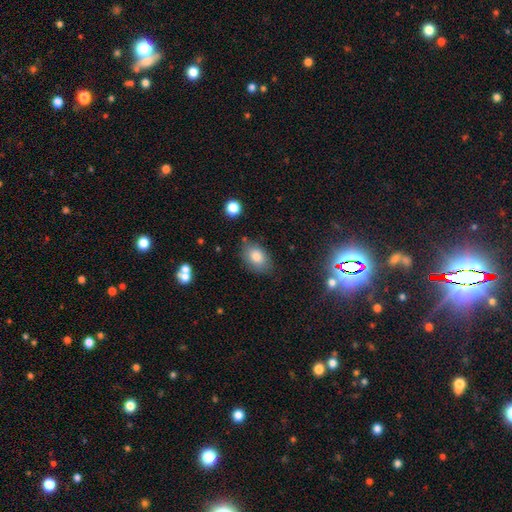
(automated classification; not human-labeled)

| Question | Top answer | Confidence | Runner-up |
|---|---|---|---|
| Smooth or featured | smooth | 81% | featured or disk (10%) |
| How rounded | in between | 86% | round (13%) |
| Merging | none | 74% | minor disturbance (18%) |